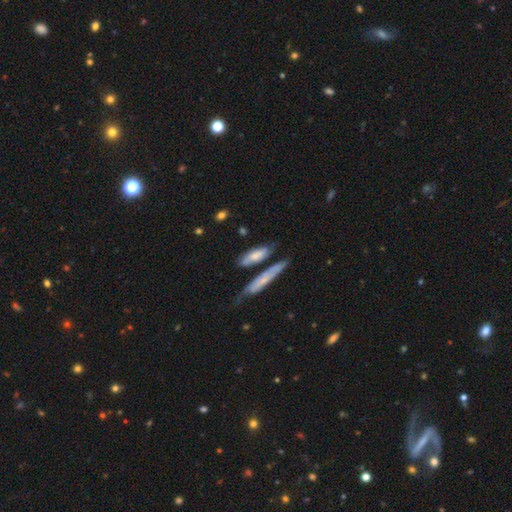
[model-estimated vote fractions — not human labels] smooth 57%, featured or disk 37%, star or artifact 6%. Down the decision tree: how rounded — in between (50%); merging — none (50%).